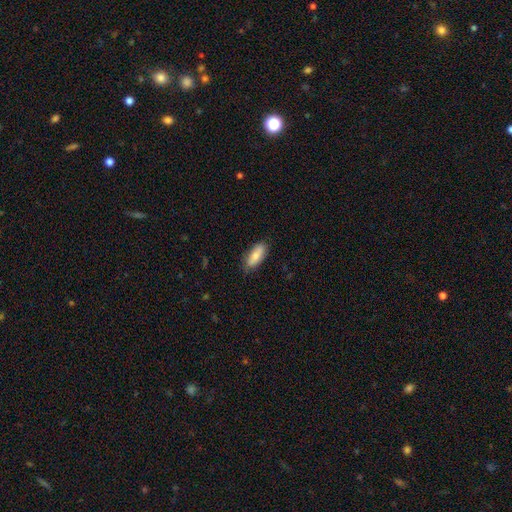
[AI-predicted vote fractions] Smooth or featured? Predicted: smooth (p=0.78). How rounded? Predicted: in between (p=0.79). Merging? Predicted: none (p=0.79).